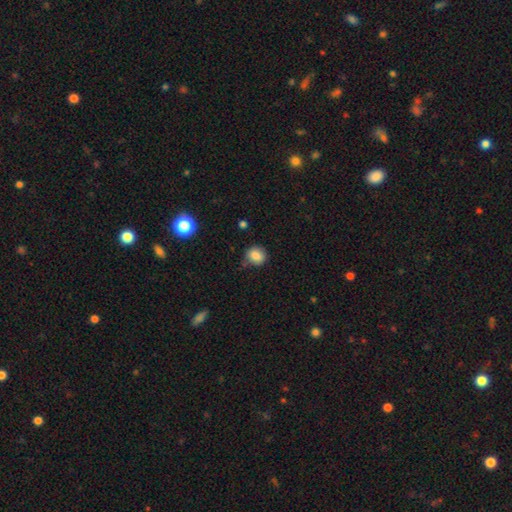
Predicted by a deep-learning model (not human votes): smooth-or-featured: smooth: 86% | star or artifact: 10% | featured or disk: 5%
  how-rounded: round: 76% | in between: 23% | cigar-shaped: 1%
  merging: none: 72% | minor disturbance: 20% | major disturbance: 4% | merger: 3%